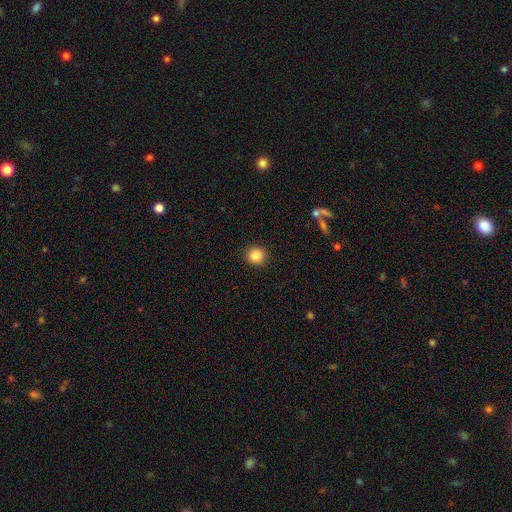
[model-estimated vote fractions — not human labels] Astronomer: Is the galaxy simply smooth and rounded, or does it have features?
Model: smooth — 87%.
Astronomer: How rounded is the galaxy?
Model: round — 91%.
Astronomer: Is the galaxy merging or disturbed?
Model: none — 91%.